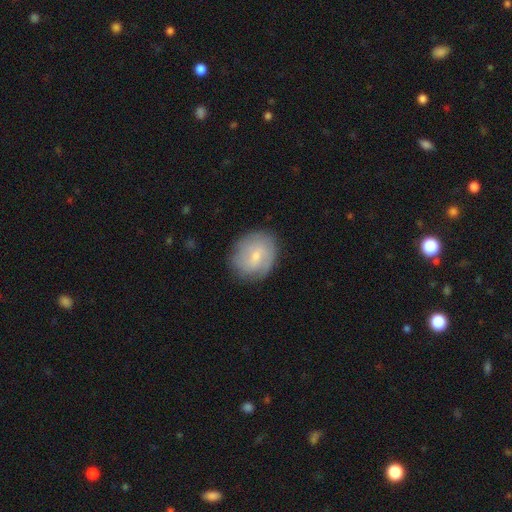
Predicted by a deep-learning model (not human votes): This is possibly a featured or disk galaxy (52%). It is clearly not viewed edge-on (97%). Bar: possibly weak (50%). Spiral arm pattern: clearly yes (80%). Central bulge: likely small (64%). Merging: likely none (78%).